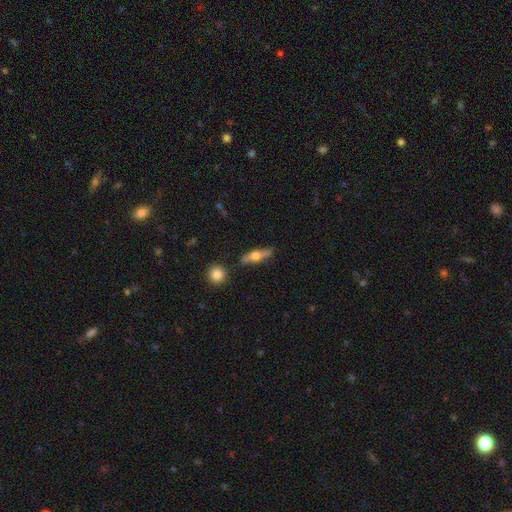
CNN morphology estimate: type=featured or disk (57%); edge-on=yes (89%); edge-on bulge=rounded (94%); merging=none (79%).